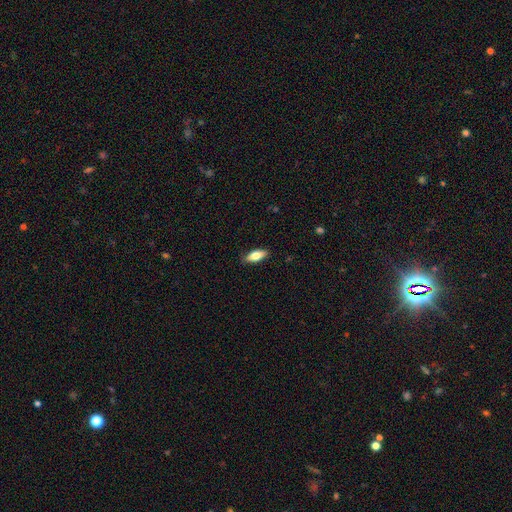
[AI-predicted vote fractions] Morphology: type=smooth (71%); roundness=in between (73%); merging=none (86%).